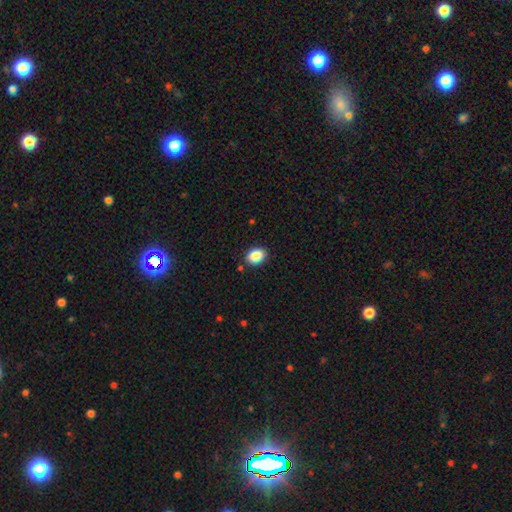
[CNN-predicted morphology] This appears to be a smooth galaxy with no disk features (87%) that is in between round and cigar-shaped (67%). Merging: none (88%).